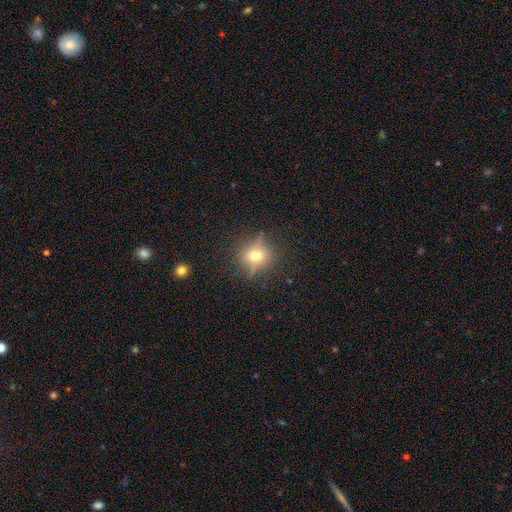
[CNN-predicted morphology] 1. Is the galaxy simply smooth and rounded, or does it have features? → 60% smooth, 23% featured or disk, 17% star or artifact.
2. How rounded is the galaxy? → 84% round, 14% in between, 2% cigar-shaped.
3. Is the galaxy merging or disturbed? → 80% none, 14% minor disturbance, 4% major disturbance, 2% merger.